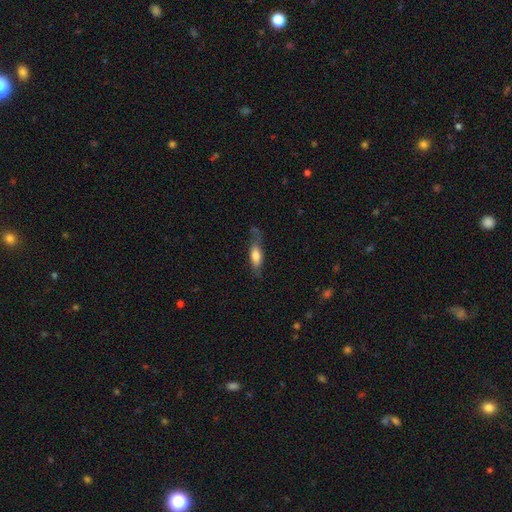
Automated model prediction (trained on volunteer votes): This is likely a smooth galaxy (68%). How rounded: likely in between (61%). Merging: possibly none (56%).